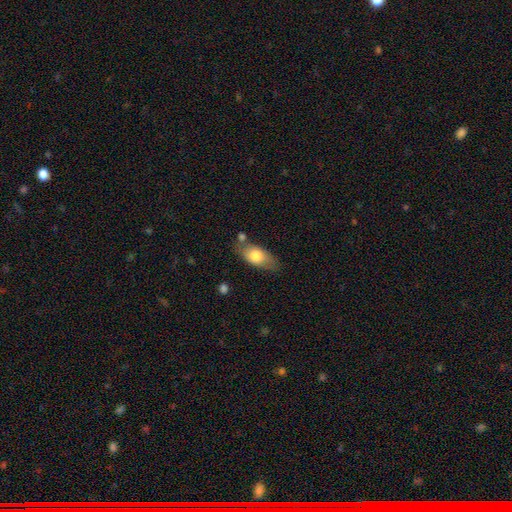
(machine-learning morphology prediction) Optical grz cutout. It shows a smooth galaxy with no disk features (73%) that is in between round and cigar-shaped (85%). Merging: none (66%).